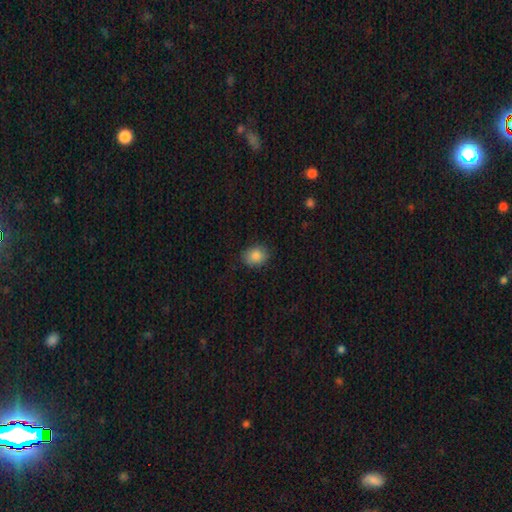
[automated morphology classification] smooth-or-featured: smooth: 86% | star or artifact: 8% | featured or disk: 6%
  how-rounded: in between: 54% | round: 45% | cigar-shaped: 1%
  merging: none: 83% | minor disturbance: 13% | major disturbance: 3% | merger: 1%